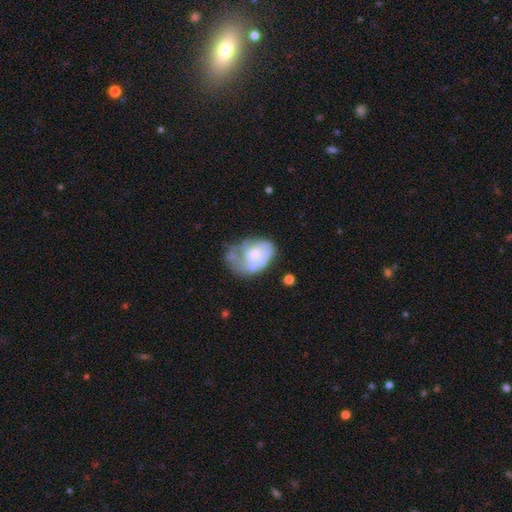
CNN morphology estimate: smooth-or-featured: featured or disk: 62% | smooth: 30% | star or artifact: 8%
  disk-edge-on: no: 97% | yes: 3%
    bar: no: 71% | weak: 25% | strong: 4%
    has-spiral-arms: yes: 57% | no: 43%
    bulge-size: moderate: 37% | small: 31% | none: 22% | large: 8% | dominant: 2%
  merging: none: 34% | major disturbance: 33% | minor disturbance: 27% | merger: 5%